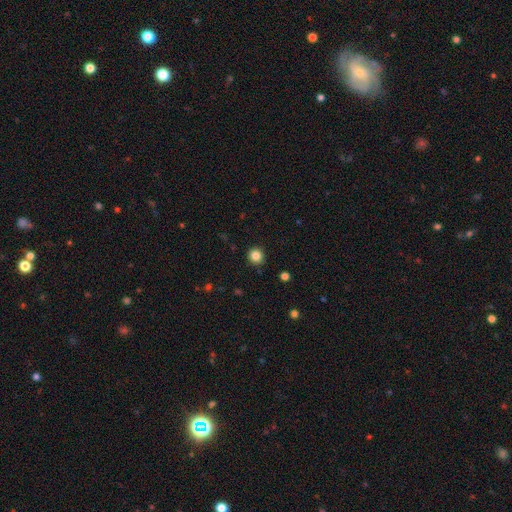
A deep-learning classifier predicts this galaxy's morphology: smooth 84%, star or artifact 11%, featured or disk 5%. Down the decision tree: how rounded — round (94%); merging — none (92%).